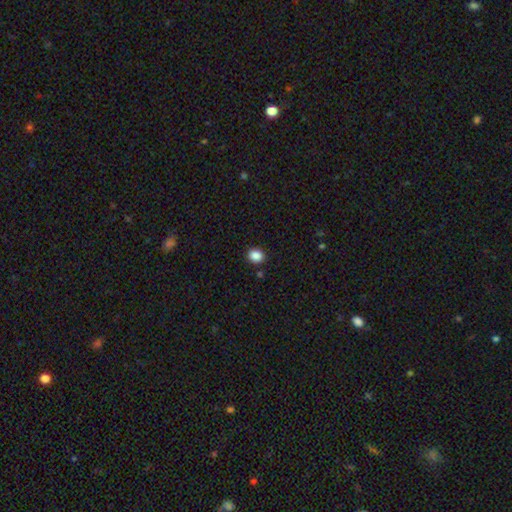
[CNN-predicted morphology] Overall: smooth (87%). How rounded: round (67%; in between 32%). Merging: none (89%).